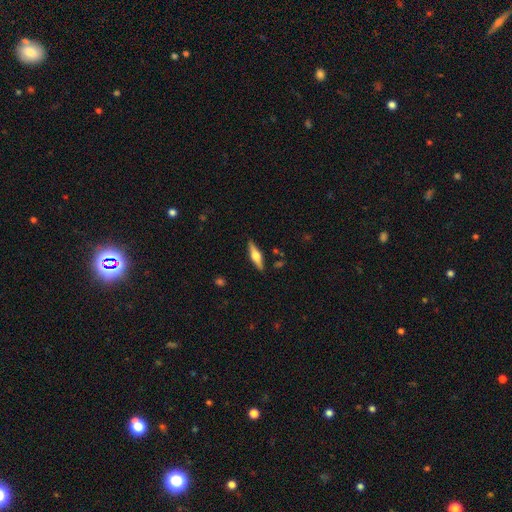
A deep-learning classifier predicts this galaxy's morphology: smooth-or-featured: featured or disk: 62% | smooth: 32% | star or artifact: 6%
  disk-edge-on: yes: 96% | no: 4%
    edge-on-bulge: rounded: 92% | boxy: 6% | none: 2%
  merging: none: 88% | minor disturbance: 8% | major disturbance: 2% | merger: 1%